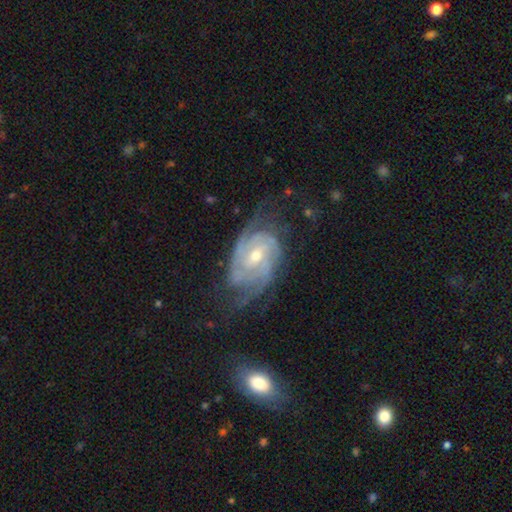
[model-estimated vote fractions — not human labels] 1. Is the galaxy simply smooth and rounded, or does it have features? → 90% featured or disk, 5% smooth, 5% star or artifact.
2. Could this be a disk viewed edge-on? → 97% no, 3% yes.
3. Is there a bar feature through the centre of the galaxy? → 44% weak, 41% no, 15% strong.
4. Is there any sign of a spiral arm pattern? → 97% yes, 3% no.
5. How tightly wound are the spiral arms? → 63% tight, 30% medium, 7% loose.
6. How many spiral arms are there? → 30% 2, 26% 3, 21% can't tell, 12% 4, 5% more than 4, 5% 1.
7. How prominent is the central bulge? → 53% moderate, 43% small, 2% large, 1% none, 1% dominant.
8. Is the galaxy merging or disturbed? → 64% none, 22% minor disturbance, 12% major disturbance, 2% merger.